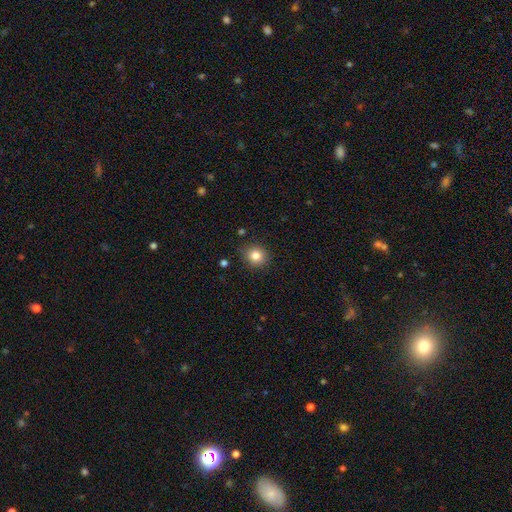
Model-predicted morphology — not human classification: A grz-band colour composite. It shows a smooth galaxy with no disk features (83%) that is round (86%). Merging: none (86%).